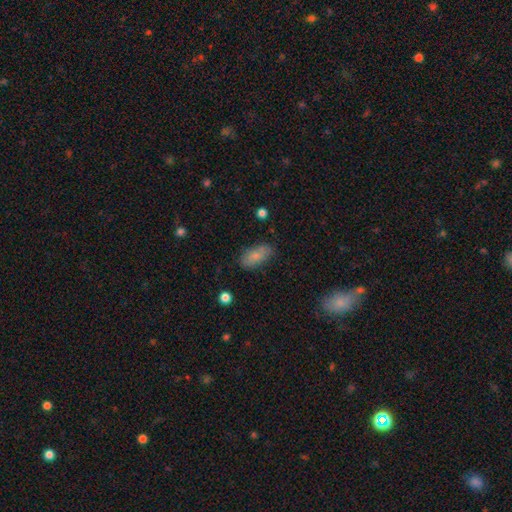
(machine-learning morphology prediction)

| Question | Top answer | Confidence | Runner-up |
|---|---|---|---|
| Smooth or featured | smooth | 79% | featured or disk (14%) |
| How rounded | in between | 90% | cigar-shaped (7%) |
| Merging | none | 78% | minor disturbance (16%) |